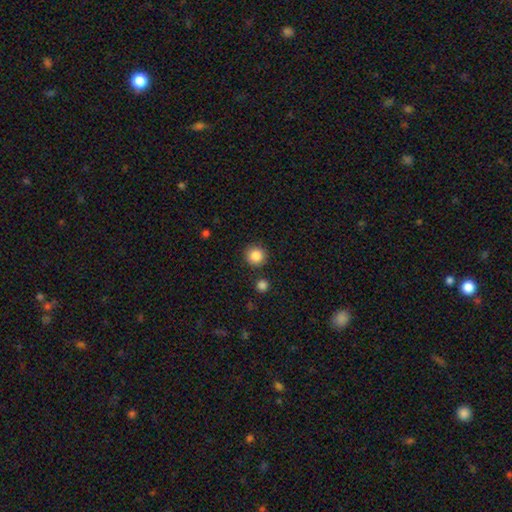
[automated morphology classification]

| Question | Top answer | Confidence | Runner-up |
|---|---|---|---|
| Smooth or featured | smooth | 86% | star or artifact (10%) |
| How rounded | round | 94% | in between (5%) |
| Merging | none | 89% | minor disturbance (6%) |